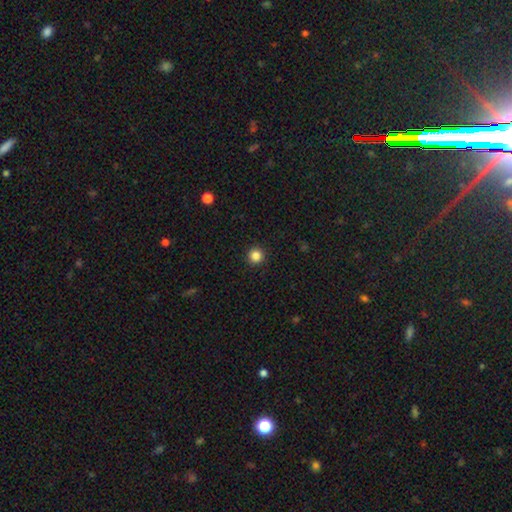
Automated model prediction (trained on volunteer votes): Smooth or featured: smooth — 85% (star or artifact — 11%)
How rounded: round — 96% (in between — 3%)
Merging: none — 93% (minor disturbance — 4%)